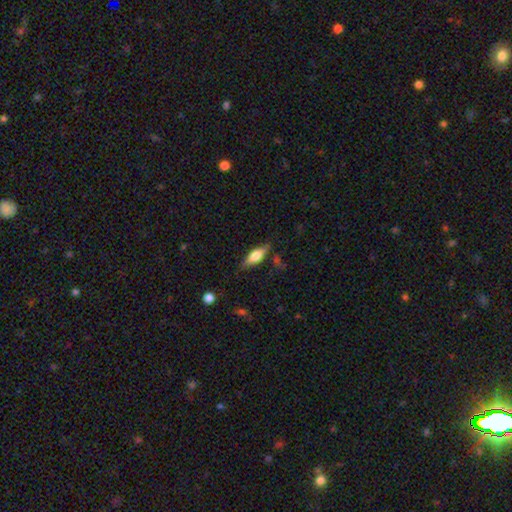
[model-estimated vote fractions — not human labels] Smooth or featured? Predicted: smooth (p=0.57). How rounded? Predicted: in between (p=0.57). Merging? Predicted: none (p=0.79).